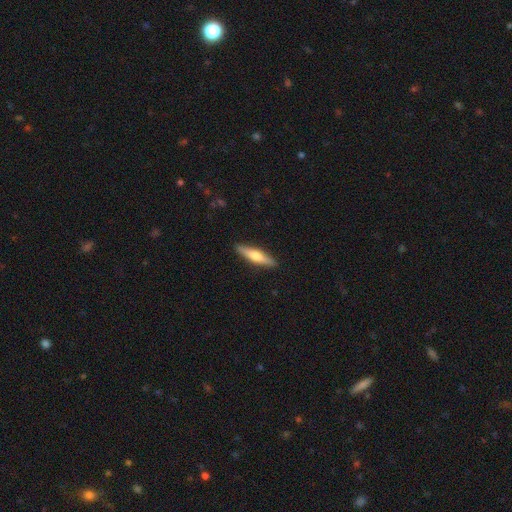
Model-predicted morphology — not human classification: Overall: smooth (49%; featured or disk 46%). Merging: none (91%).